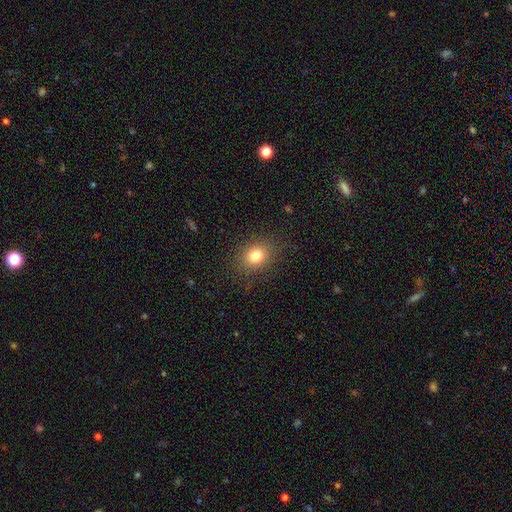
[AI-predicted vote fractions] Overall: smooth (80%). How rounded: round (50%; in between 49%). Merging: none (85%).